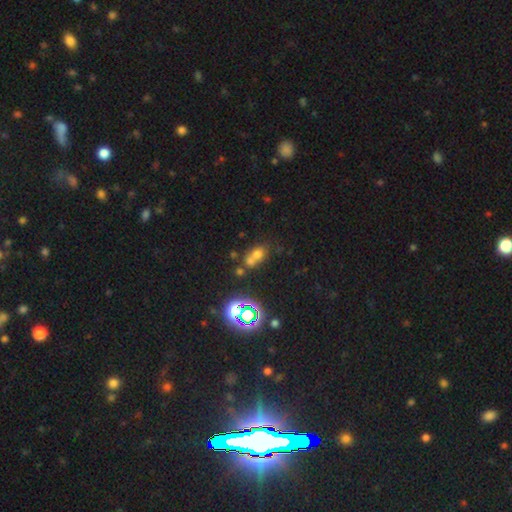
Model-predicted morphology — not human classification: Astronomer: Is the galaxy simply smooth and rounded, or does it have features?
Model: smooth — 57%.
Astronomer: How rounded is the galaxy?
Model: round — 55% (runner-up: in between, 43%).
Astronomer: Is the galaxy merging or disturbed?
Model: merger — 51% (runner-up: none, 34%).